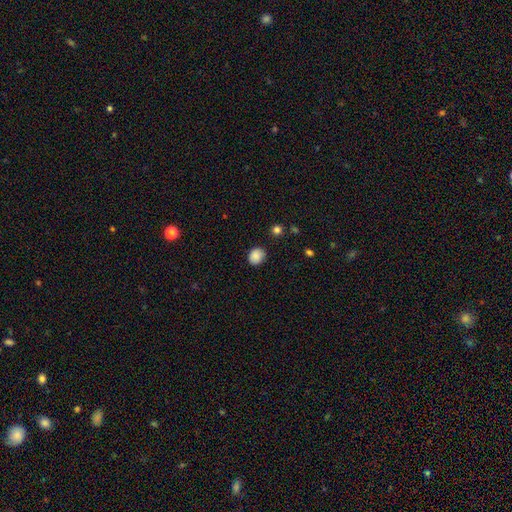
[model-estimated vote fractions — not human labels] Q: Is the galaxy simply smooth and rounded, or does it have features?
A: smooth — 87%.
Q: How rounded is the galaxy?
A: round — 66%.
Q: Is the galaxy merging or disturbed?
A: none — 83%.